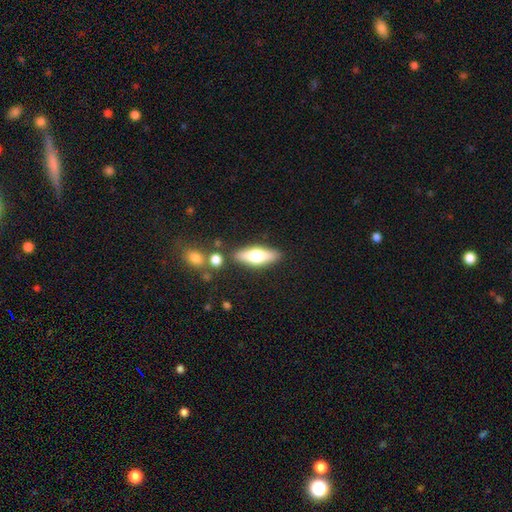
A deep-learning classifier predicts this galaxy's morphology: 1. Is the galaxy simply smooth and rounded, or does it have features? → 53% smooth, 40% featured or disk, 7% star or artifact.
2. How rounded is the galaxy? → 52% in between, 45% cigar-shaped, 3% round.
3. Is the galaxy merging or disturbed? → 81% none, 10% minor disturbance, 6% merger, 3% major disturbance.